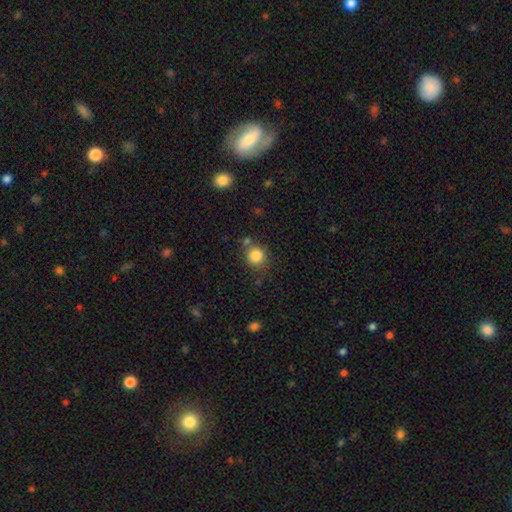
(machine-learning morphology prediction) smooth-or-featured: smooth: 84% | star or artifact: 11% | featured or disk: 5%
  how-rounded: round: 87% | in between: 12% | cigar-shaped: 1%
  merging: none: 73% | minor disturbance: 12% | merger: 10% | major disturbance: 4%